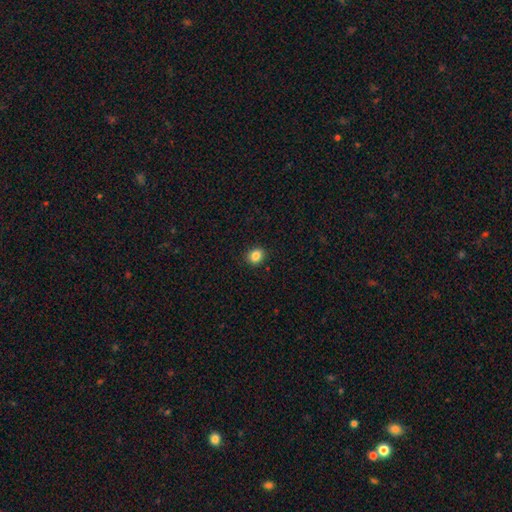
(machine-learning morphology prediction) Smooth or featured? smooth (85%)
How rounded? round (68%)
Merging? none (91%)